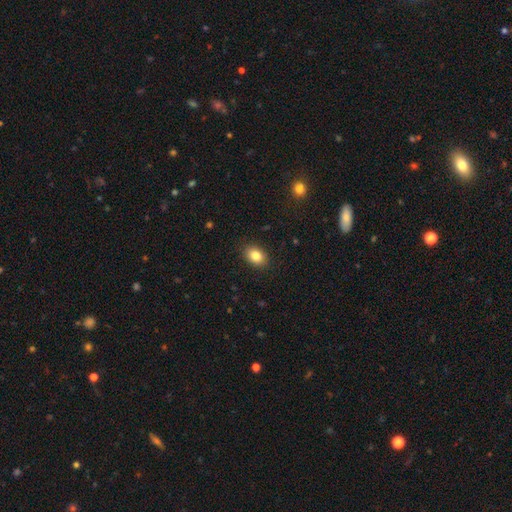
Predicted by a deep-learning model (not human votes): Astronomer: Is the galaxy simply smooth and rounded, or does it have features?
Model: smooth — 84%.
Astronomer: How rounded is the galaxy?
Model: in between — 78%.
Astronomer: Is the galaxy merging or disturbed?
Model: none — 88%.